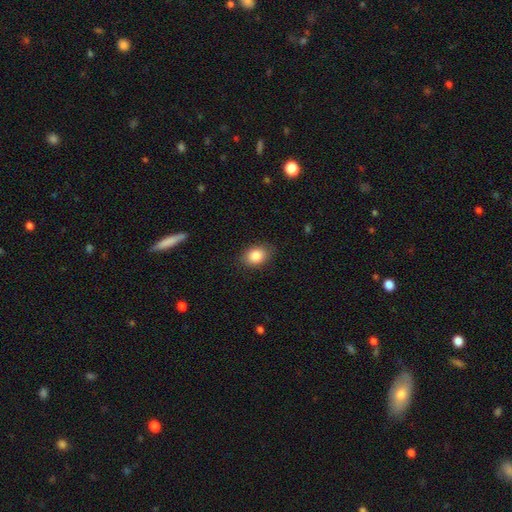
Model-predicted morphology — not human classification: Smooth or featured? smooth (85%)
How rounded? in between (67%)
Merging? none (85%)